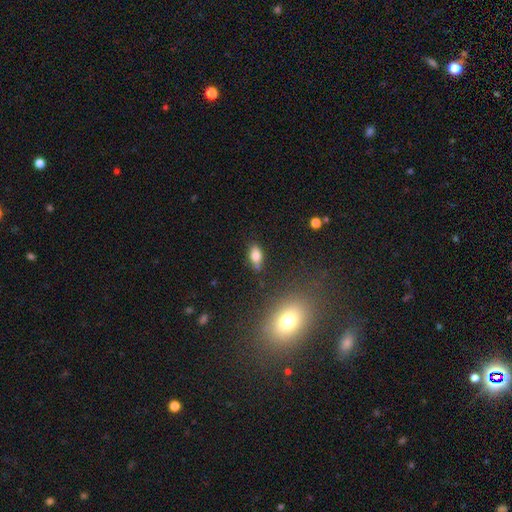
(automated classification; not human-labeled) This appears to be a smooth galaxy with no disk features (77%) that is in between round and cigar-shaped (87%). Merging: none (73%).